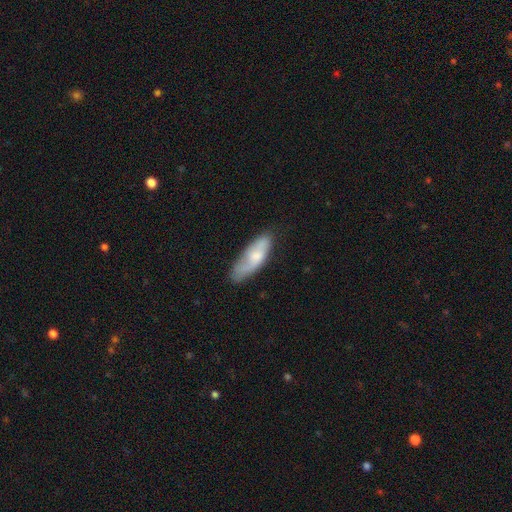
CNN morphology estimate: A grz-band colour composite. It shows a smooth galaxy with no disk features (58%) that is in between round and cigar-shaped (61%). Merging: none (65%).